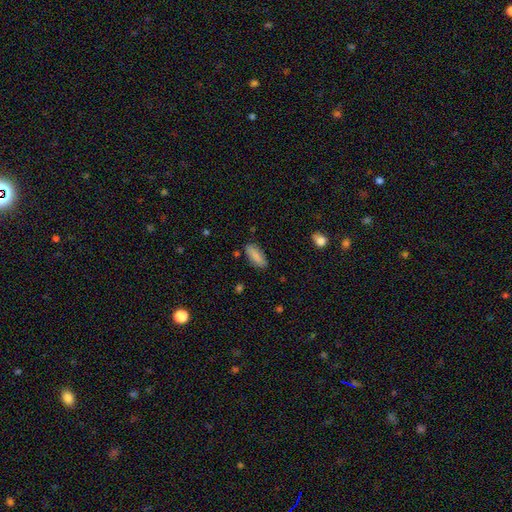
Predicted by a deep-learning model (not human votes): The model was most divided on "how rounded": in between: 73%, cigar-shaped: 25%, round: 2%. More confident: smooth or featured — smooth (86%); merging — none (83%).